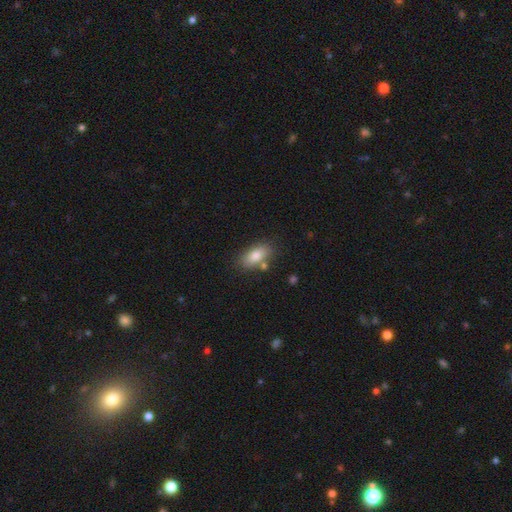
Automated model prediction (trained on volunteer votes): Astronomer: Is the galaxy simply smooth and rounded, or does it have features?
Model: smooth — 81%.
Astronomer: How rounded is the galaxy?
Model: in between — 86%.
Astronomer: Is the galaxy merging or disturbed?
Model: none — 76%.